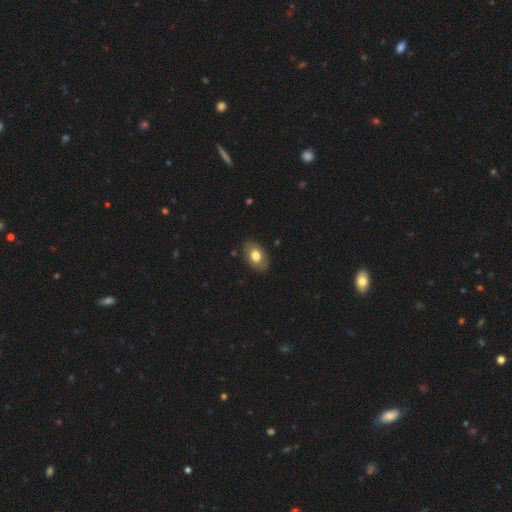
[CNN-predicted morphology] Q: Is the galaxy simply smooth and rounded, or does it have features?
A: smooth — 73%.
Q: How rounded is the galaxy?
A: in between — 88%.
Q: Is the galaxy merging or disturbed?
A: none — 84%.